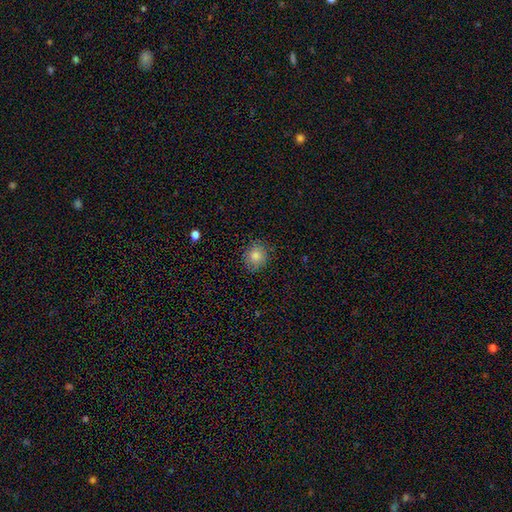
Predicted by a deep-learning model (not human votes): Smooth or featured? smooth (83%)
How rounded? round (82%)
Merging? none (84%)